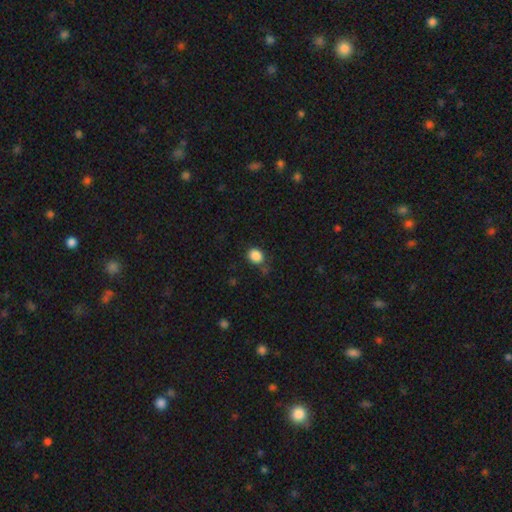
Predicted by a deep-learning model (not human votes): This appears to be a smooth galaxy with no disk features (86%) that is round (64%). Merging: none (74%).